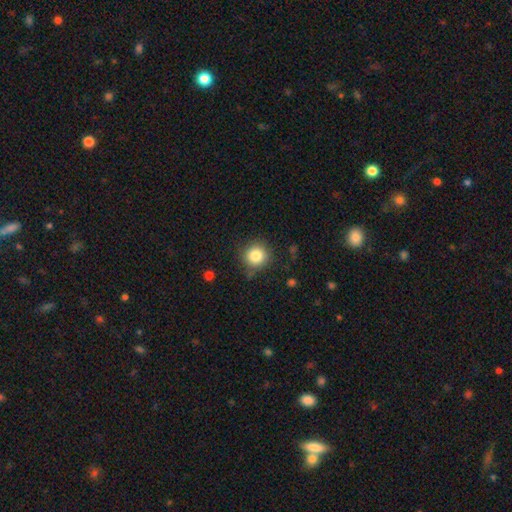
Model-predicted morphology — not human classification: This is clearly a smooth galaxy (83%). How rounded: clearly round (92%). Merging: clearly none (83%).